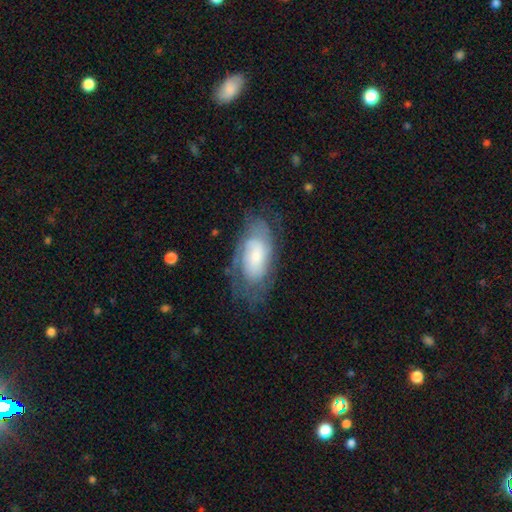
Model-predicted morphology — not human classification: featured or disk 59%, smooth 33%, star or artifact 7%. Down the decision tree: edge-on disk — no (93%); bar — no (67%); spiral arms — yes (82%); bulge size — small (40%); merging — none (62%).